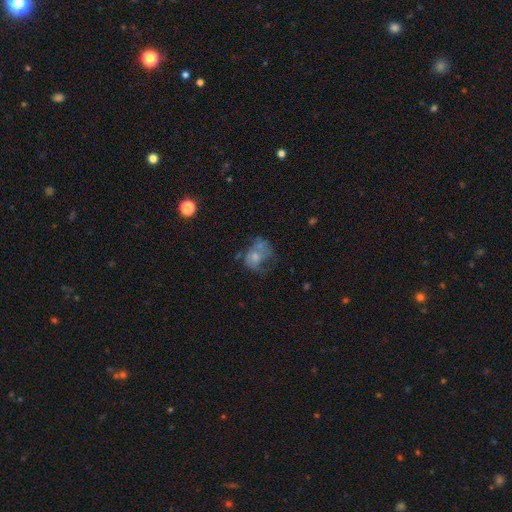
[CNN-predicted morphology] A featured or disk galaxy (46%).

Vote fractions:
- Smooth or featured? featured or disk: 46% / smooth: 43% / star or artifact: 11%
- Merging? major disturbance: 41% / none: 25% / minor disturbance: 22% / merger: 12%